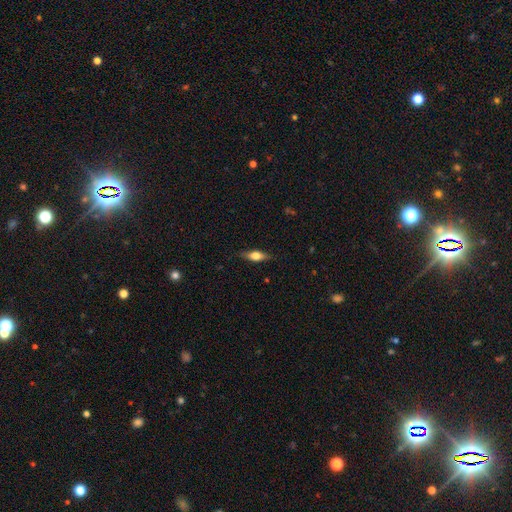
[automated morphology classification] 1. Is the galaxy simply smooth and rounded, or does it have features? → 48% featured or disk, 45% smooth, 7% star or artifact.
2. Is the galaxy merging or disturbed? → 85% none, 12% minor disturbance, 2% major disturbance, 1% merger.